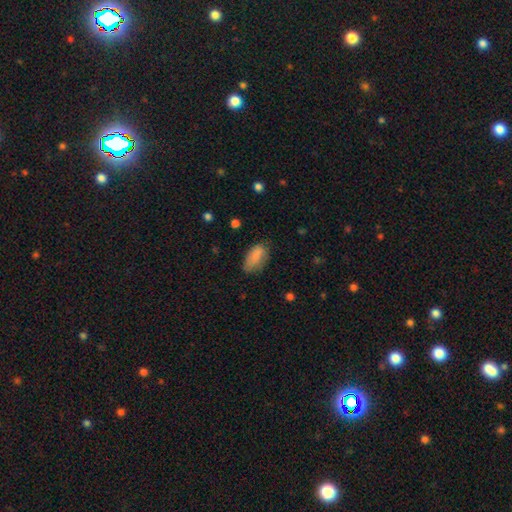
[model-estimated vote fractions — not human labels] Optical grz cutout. It shows a smooth galaxy with no disk features (85%) that is in between round and cigar-shaped (91%). Merging: none (62%).